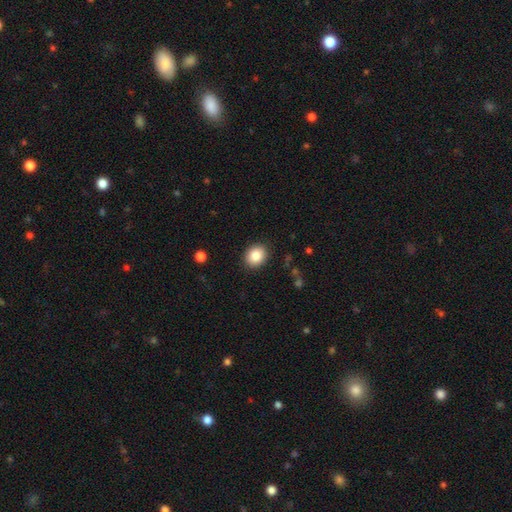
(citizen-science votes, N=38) smooth 92%, star or artifact 5%, featured or disk 3%. Down the decision tree: how rounded — round (69%); merging — none (81%).